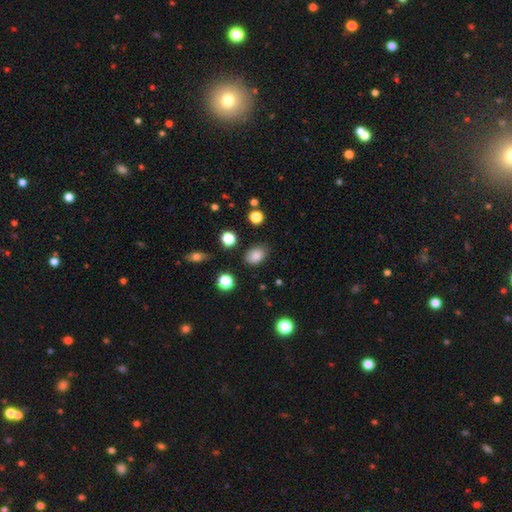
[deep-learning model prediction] smooth_or_featured: smooth (p=0.85) [alt: star or artifact p=0.11]
how_rounded: in between (p=0.76) [alt: round p=0.23]
merging: none (p=0.79) [alt: minor disturbance p=0.15]